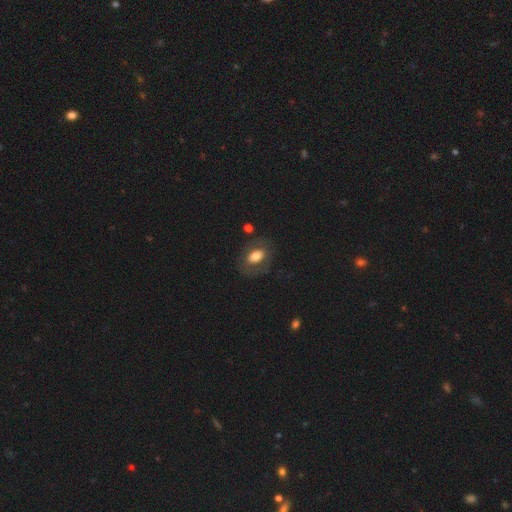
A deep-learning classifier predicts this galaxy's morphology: Smooth or featured? Predicted: smooth (p=0.65). How rounded? Predicted: in between (p=0.81). Merging? Predicted: none (p=0.74).